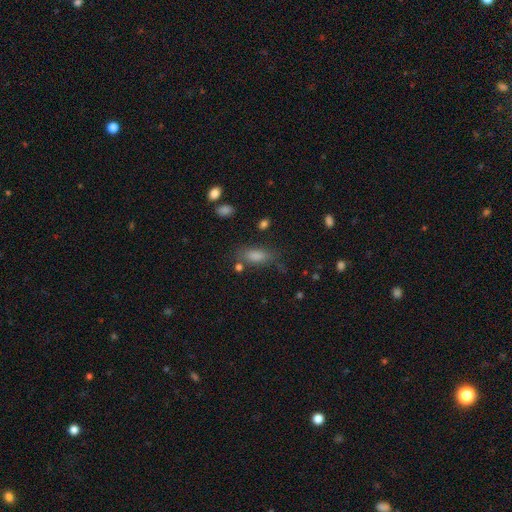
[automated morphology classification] smooth_or_featured: smooth (p=0.73) [alt: star or artifact p=0.15]
how_rounded: in between (p=0.73) [alt: cigar-shaped p=0.22]
merging: none (p=0.68) [alt: minor disturbance p=0.18]